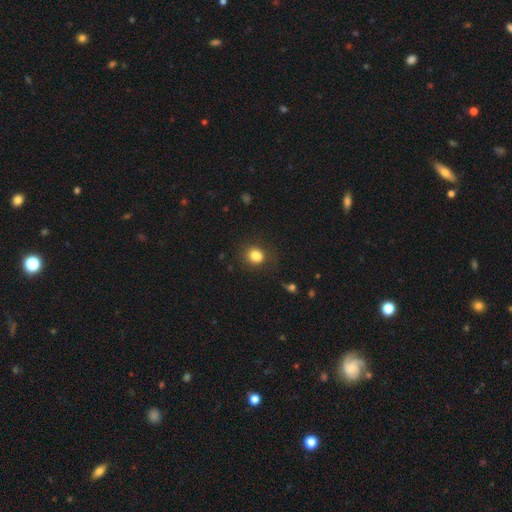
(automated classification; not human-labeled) A smooth galaxy with no disk features (83%) that is round (56%).

Vote fractions:
- Smooth or featured? smooth: 83% / star or artifact: 11% / featured or disk: 6%
- How rounded? round: 56% / in between: 42% / cigar-shaped: 1%
- Merging? none: 74% / minor disturbance: 16% / major disturbance: 6% / merger: 4%